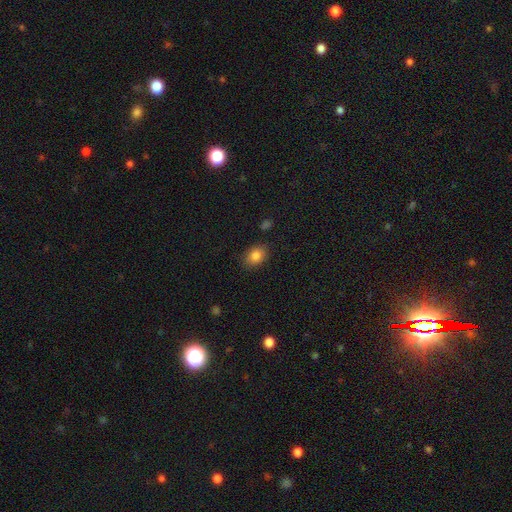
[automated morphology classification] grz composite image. It shows a smooth galaxy with no disk features (84%) that is in between round and cigar-shaped (68%). Merging: none (84%).